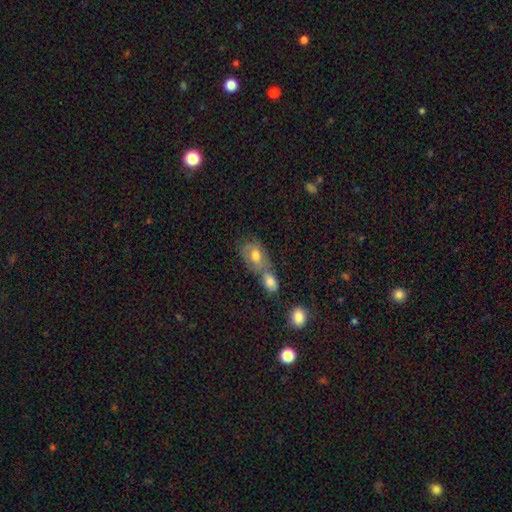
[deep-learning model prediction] Morphology: type=smooth (58%); roundness=in between (75%); merging=merger (50%).